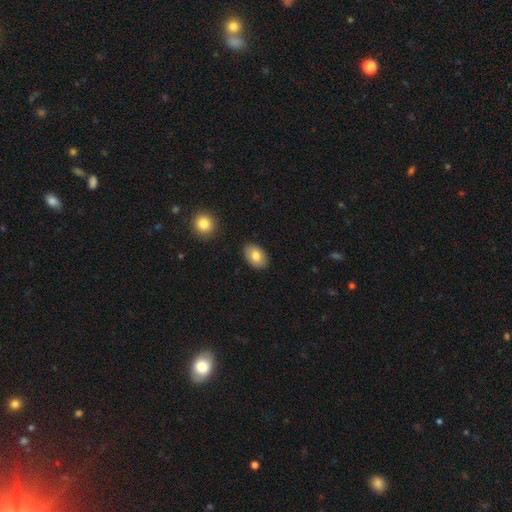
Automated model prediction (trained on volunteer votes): Smooth or featured? smooth (80%)
How rounded? in between (87%)
Merging? none (87%)